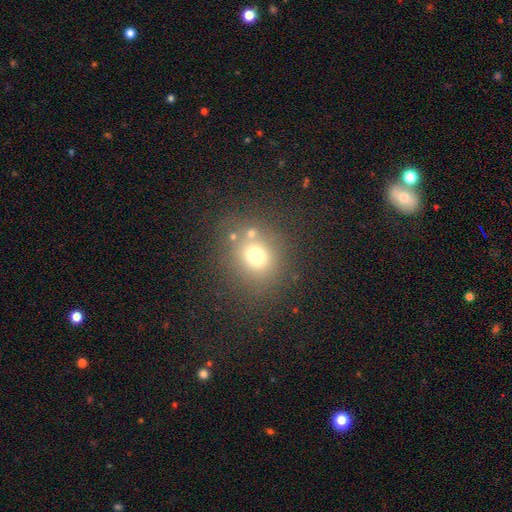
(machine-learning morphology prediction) This appears to be a smooth galaxy with no disk features (70%) that is round (77%). Merging: none (72%).